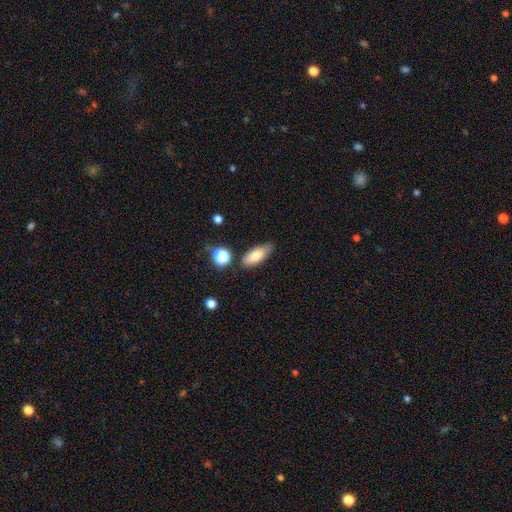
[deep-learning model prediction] smooth 78%, featured or disk 14%, star or artifact 8%. Down the decision tree: how rounded — in between (77%); merging — none (76%).